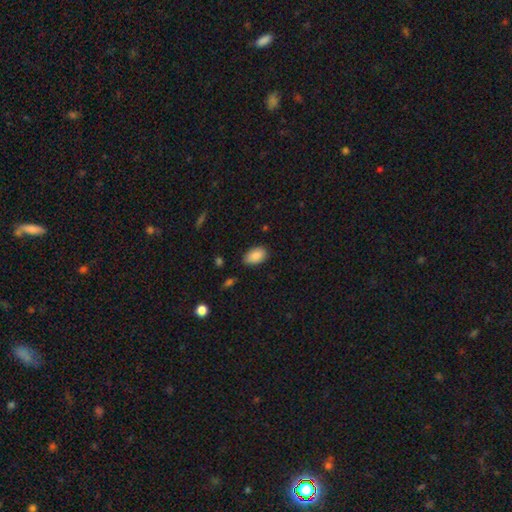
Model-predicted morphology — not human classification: Smooth or featured? smooth (88%)
How rounded? in between (93%)
Merging? none (83%)